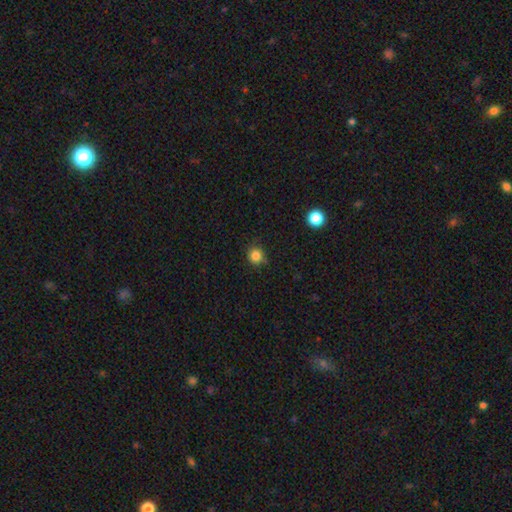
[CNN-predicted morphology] Smooth or featured? Predicted: smooth (p=0.84). How rounded? Predicted: round (p=0.92). Merging? Predicted: none (p=0.84).